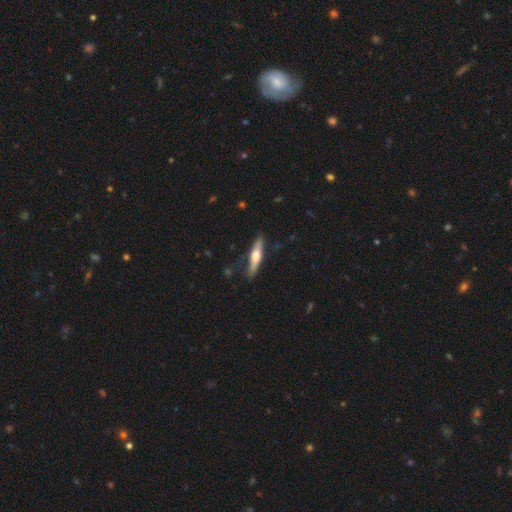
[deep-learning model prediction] This appears to be a featured or disk galaxy (53%) viewed edge-on (94%). Merging: none (82%).